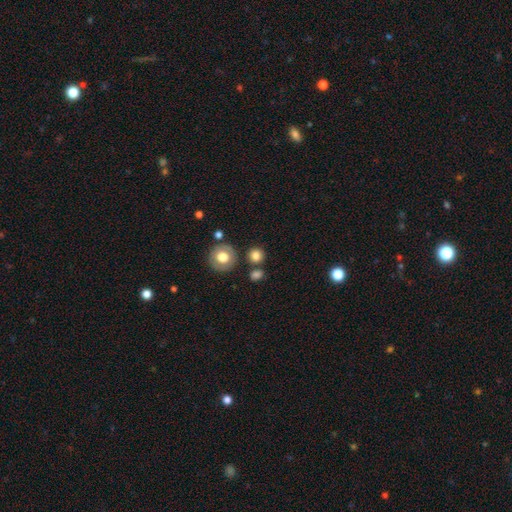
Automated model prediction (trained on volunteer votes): Smooth or featured?
  - smooth: 79% *
  - featured or disk: 11%
  - star or artifact: 10%
How rounded?
  - round: 89% *
  - in between: 10%
  - cigar-shaped: 1%
Merging?
  - none: 76% *
  - merger: 11%
  - minor disturbance: 10%
  - major disturbance: 4%